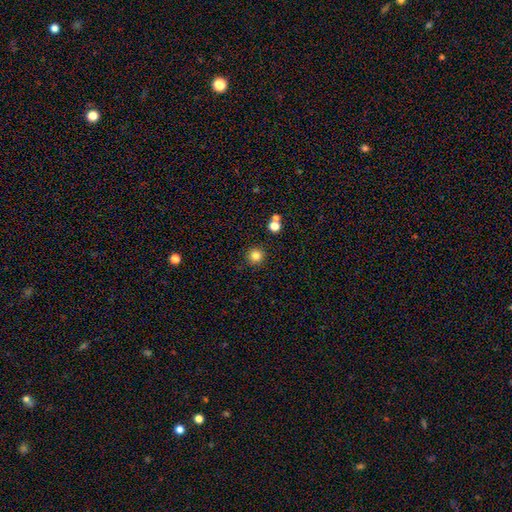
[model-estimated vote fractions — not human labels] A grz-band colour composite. It shows a smooth galaxy with no disk features (83%) that is round (95%). Merging: none (90%).